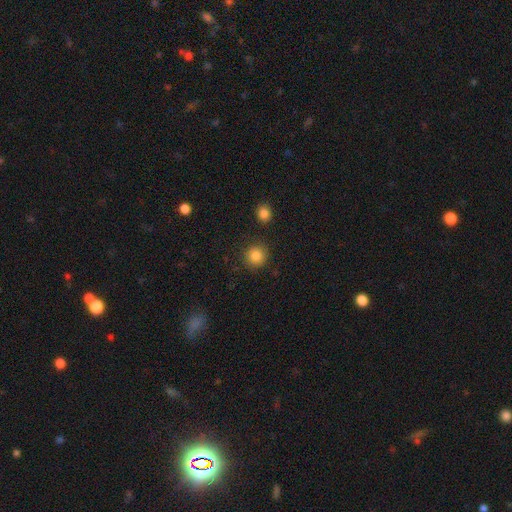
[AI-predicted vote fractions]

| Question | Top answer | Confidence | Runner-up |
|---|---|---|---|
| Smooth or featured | smooth | 85% | star or artifact (10%) |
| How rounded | round | 92% | in between (7%) |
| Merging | none | 88% | minor disturbance (7%) |